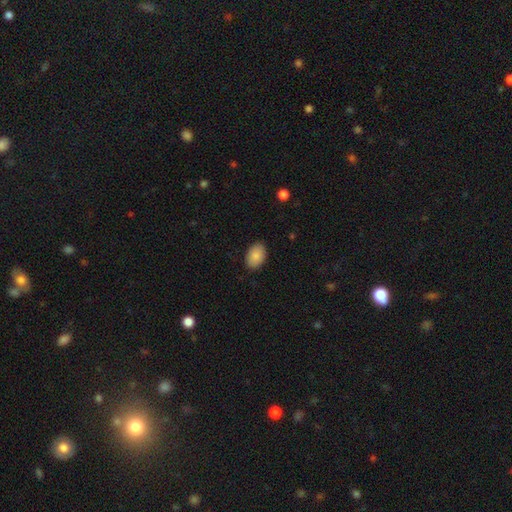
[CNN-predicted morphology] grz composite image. It shows a smooth galaxy with no disk features (88%) that is in between round and cigar-shaped (89%). Merging: none (88%).